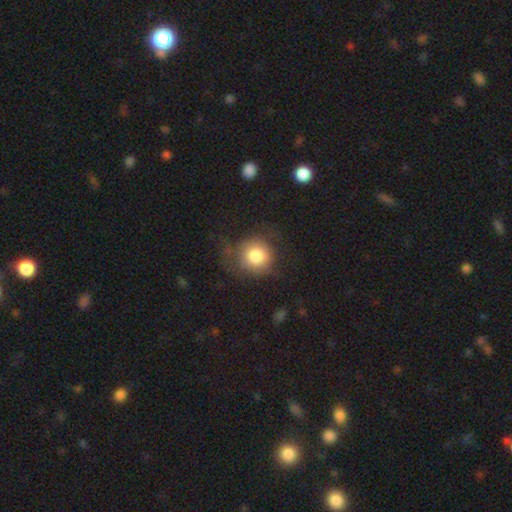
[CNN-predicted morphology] smooth_or_featured: smooth (p=0.78) [alt: featured or disk p=0.13]
how_rounded: round (p=0.90) [alt: in between p=0.09]
merging: none (p=0.63) [alt: minor disturbance p=0.20]